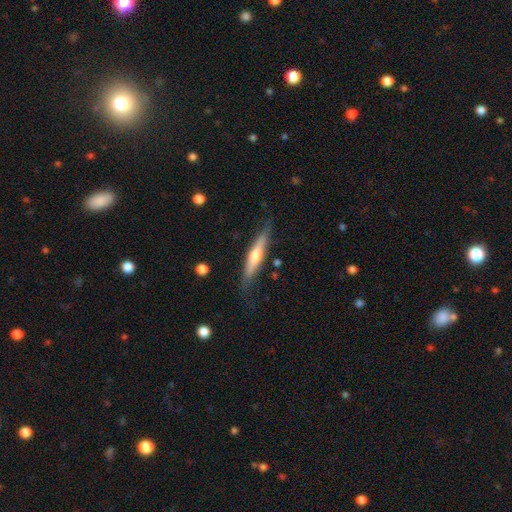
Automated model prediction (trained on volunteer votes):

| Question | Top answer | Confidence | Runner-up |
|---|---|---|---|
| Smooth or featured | featured or disk | 54% | smooth (41%) |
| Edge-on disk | yes | 93% | no (7%) |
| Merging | none | 79% | minor disturbance (16%) |